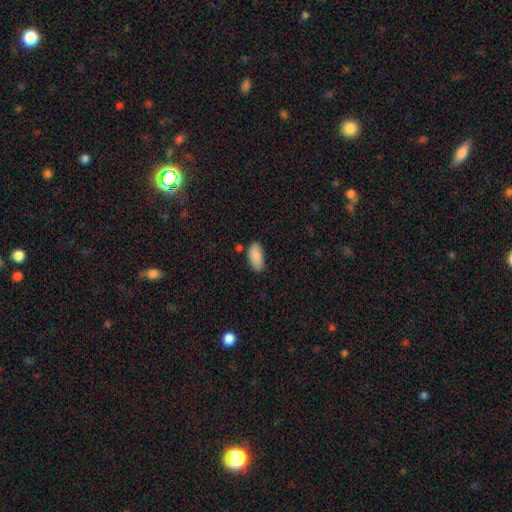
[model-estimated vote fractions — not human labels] This appears to be a smooth galaxy with no disk features (89%) that is in between round and cigar-shaped (92%). Merging: none (75%).